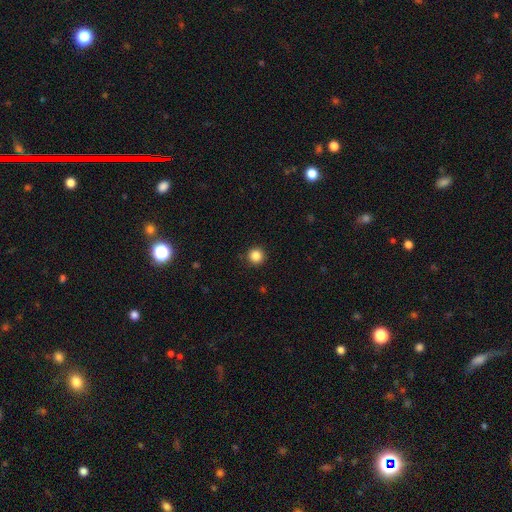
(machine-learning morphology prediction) The model was most divided on "smooth or featured": smooth: 85%, star or artifact: 11%, featured or disk: 3%. More confident: how rounded — round (96%); merging — none (91%).